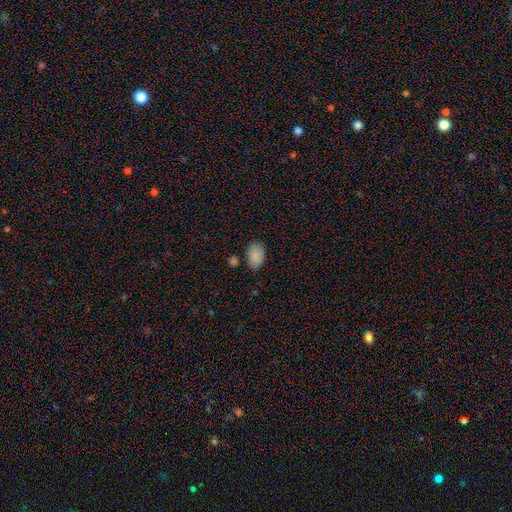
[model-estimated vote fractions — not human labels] Q: Smooth or featured?
A: smooth (88%); runner-up: star or artifact (8%)
Q: How rounded?
A: in between (90%); runner-up: round (9%)
Q: Merging?
A: none (76%); runner-up: minor disturbance (16%)